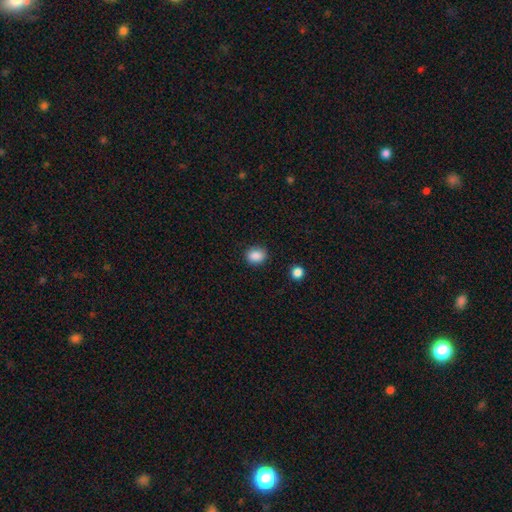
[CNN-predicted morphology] The model was most divided on "how rounded": in between: 50%, round: 49%, cigar-shaped: 1%. More confident: smooth or featured — smooth (88%); merging — none (84%).